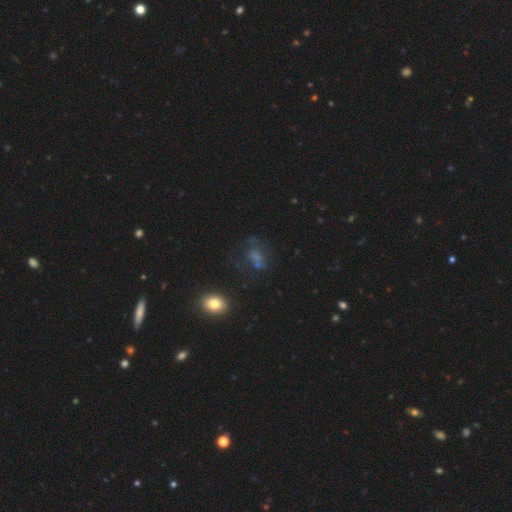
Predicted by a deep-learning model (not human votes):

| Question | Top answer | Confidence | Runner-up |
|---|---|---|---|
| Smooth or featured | smooth | 35% | featured or disk (33%) |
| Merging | none | 56% | major disturbance (20%) |